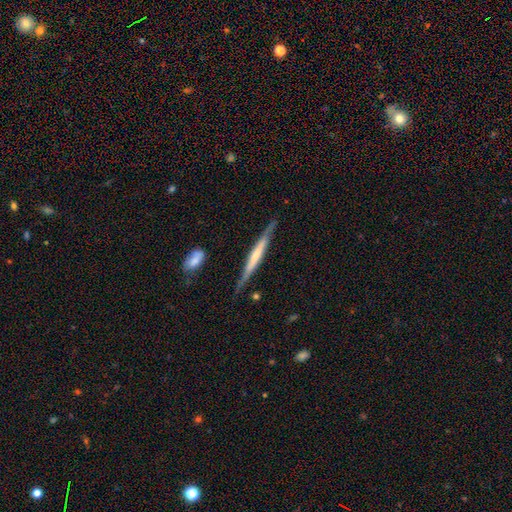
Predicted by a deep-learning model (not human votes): This is possibly a featured or disk galaxy (59%). It is clearly viewed edge-on (93%). Edge-on bulge: possibly none (51%). Merging: likely none (76%).